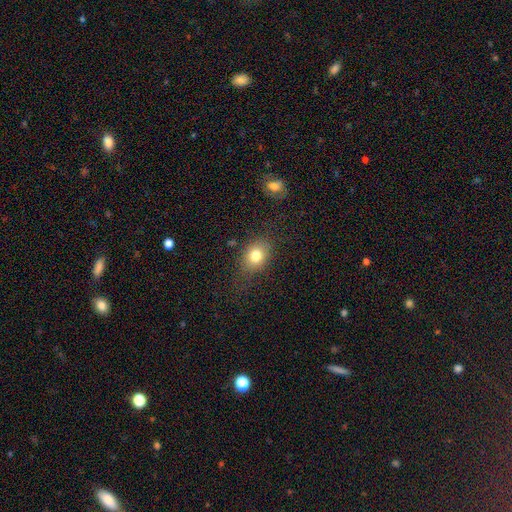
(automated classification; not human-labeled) smooth_or_featured: smooth (p=0.78) [alt: star or artifact p=0.11]
how_rounded: in between (p=0.52) [alt: round p=0.46]
merging: none (p=0.72) [alt: minor disturbance p=0.19]